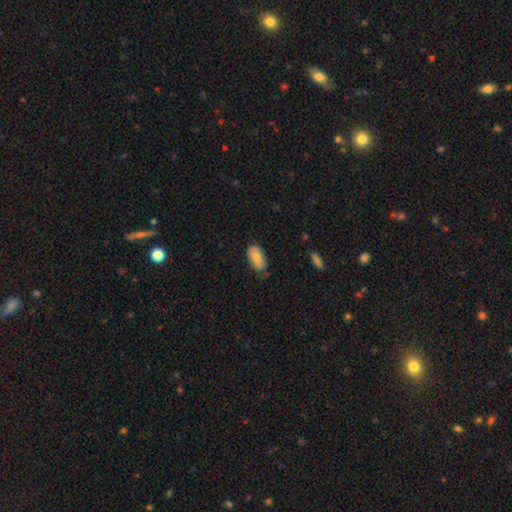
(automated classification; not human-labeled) smooth_or_featured: smooth (p=0.79) [alt: featured or disk p=0.15]
how_rounded: in between (p=0.93) [alt: cigar-shaped p=0.04]
merging: none (p=0.72) [alt: minor disturbance p=0.23]